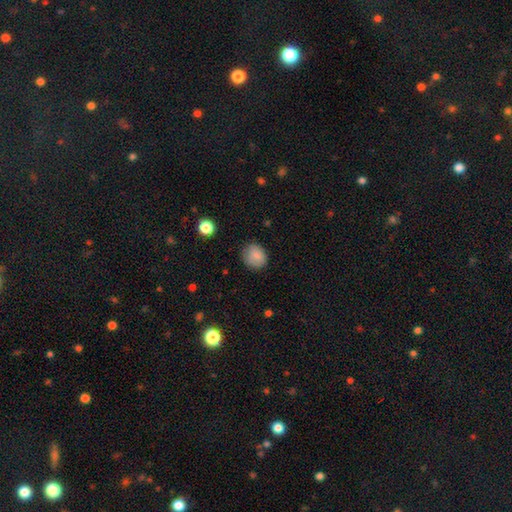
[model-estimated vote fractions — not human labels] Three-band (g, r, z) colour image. It shows a smooth galaxy with no disk features (85%) that is round (65%). Merging: none (79%).